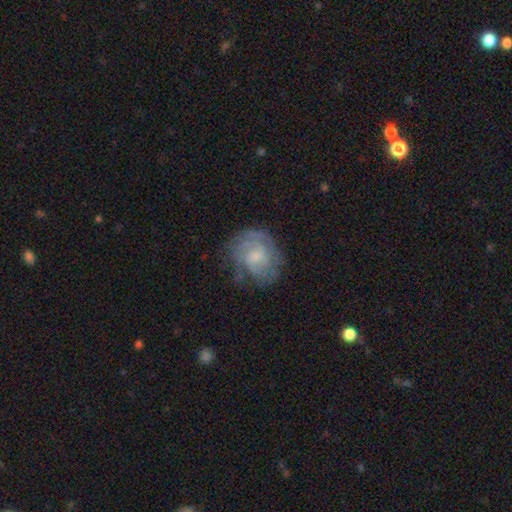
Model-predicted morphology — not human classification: Smooth or featured? featured or disk (68%)
Edge-on disk? no (98%)
Bar? no (63%)
Spiral arms? yes (85%)
Spiral winding? tight (52%)
Spiral arm count? can't tell (40%)
Bulge size? small (52%)
Merging? none (64%)